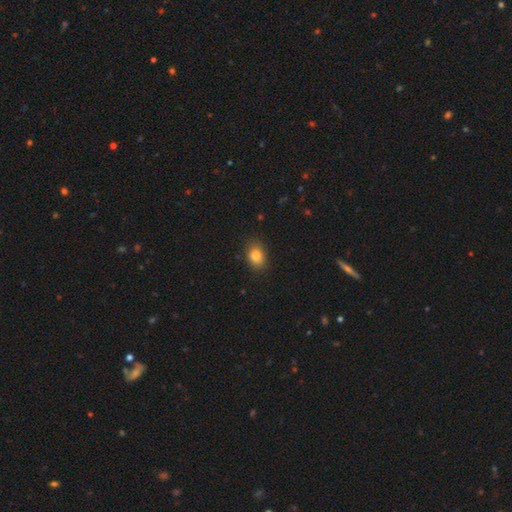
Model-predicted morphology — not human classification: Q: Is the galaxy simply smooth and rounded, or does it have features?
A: smooth — 84%.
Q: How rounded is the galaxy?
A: in between — 66%.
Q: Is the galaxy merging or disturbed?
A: none — 84%.